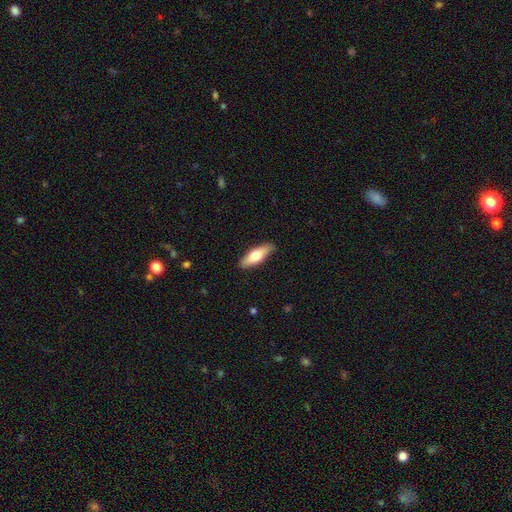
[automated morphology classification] smooth_or_featured: smooth (p=0.61) [alt: featured or disk p=0.33]
how_rounded: in between (p=0.51) [alt: cigar-shaped p=0.46]
merging: none (p=0.88) [alt: minor disturbance p=0.09]